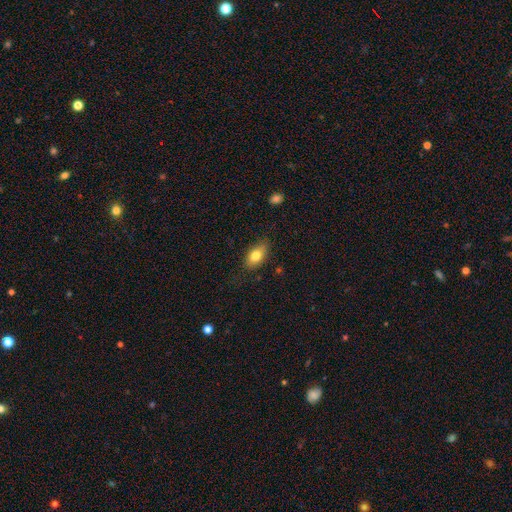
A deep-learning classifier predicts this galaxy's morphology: Smooth or featured? Predicted: smooth (p=0.78). How rounded? Predicted: in between (p=0.87). Merging? Predicted: none (p=0.77).